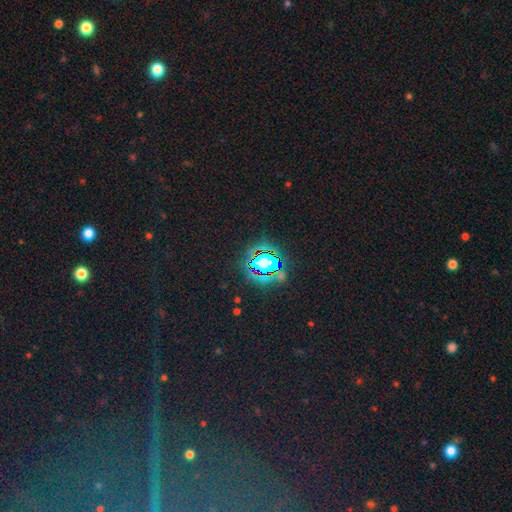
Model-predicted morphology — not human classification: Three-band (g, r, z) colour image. It shows a star or artifact, not a galaxy (71%).